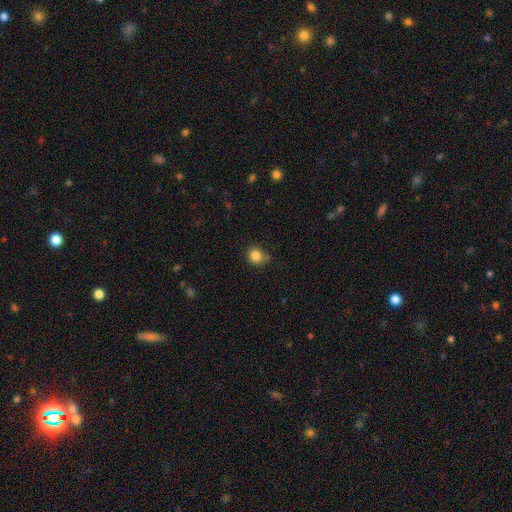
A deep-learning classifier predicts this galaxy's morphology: smooth 84%, star or artifact 11%, featured or disk 5%. Down the decision tree: how rounded — round (86%); merging — none (72%).